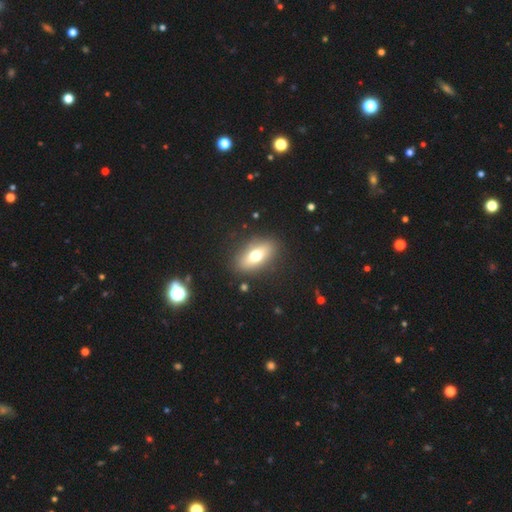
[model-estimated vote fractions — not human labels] A smooth galaxy with no disk features (66%) that is in between round and cigar-shaped (80%).

Vote fractions:
- Smooth or featured? smooth: 66% / featured or disk: 25% / star or artifact: 9%
- How rounded? in between: 80% / cigar-shaped: 11% / round: 8%
- Merging? none: 87% / minor disturbance: 9% / major disturbance: 3% / merger: 2%